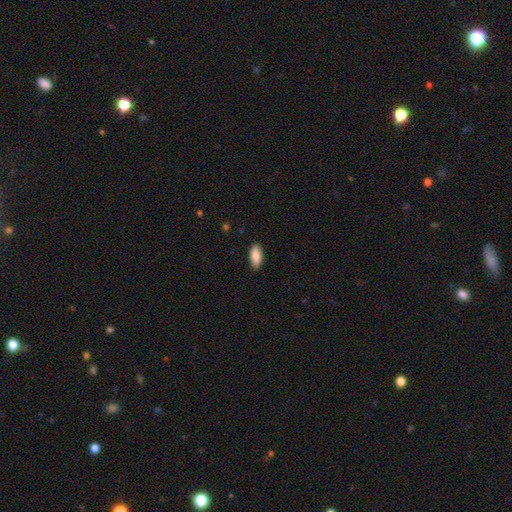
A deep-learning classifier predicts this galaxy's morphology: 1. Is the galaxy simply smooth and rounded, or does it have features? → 88% smooth, 6% featured or disk, 6% star or artifact.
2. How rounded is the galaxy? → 86% in between, 12% cigar-shaped, 2% round.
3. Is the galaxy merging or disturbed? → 89% none, 9% minor disturbance, 2% major disturbance, 1% merger.